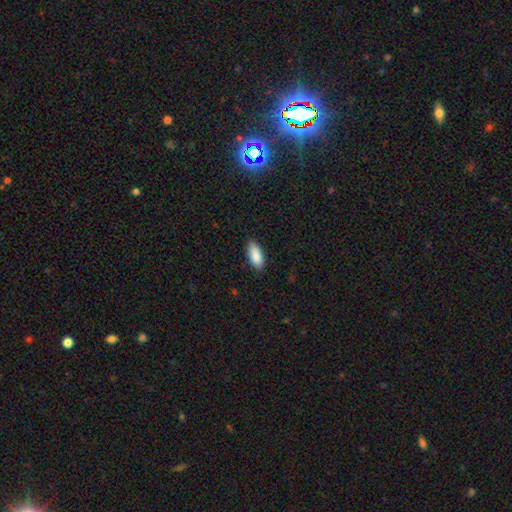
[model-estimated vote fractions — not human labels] Overall: smooth (89%). How rounded: in between (85%). Merging: none (86%).